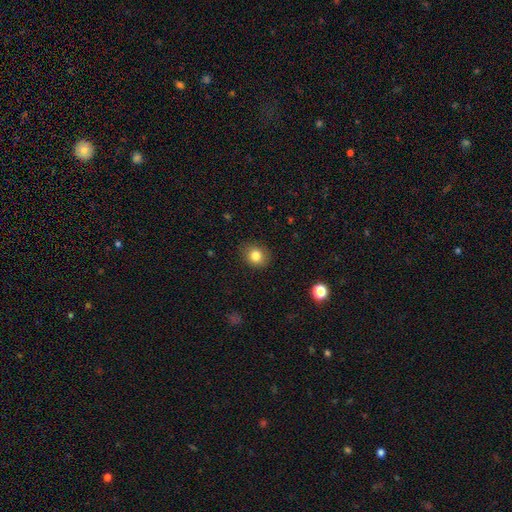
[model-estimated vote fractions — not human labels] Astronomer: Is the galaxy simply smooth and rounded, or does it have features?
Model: smooth — 82%.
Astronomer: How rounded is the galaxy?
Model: round — 62%.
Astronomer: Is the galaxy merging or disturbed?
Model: none — 85%.